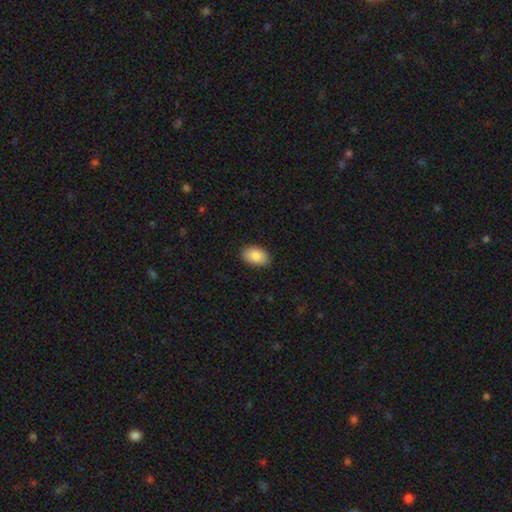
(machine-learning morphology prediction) Smooth or featured? smooth (88%)
How rounded? in between (92%)
Merging? none (87%)